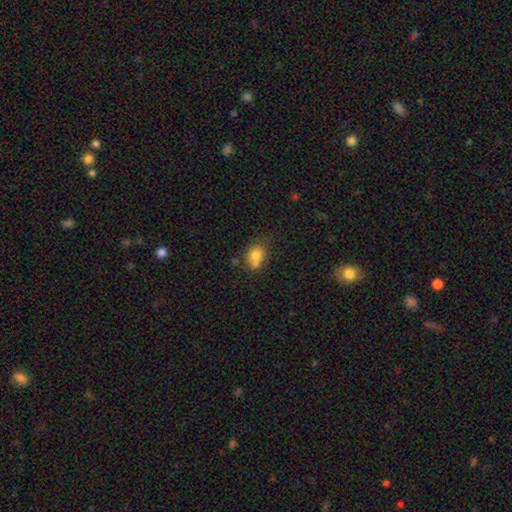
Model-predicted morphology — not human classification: smooth-or-featured: smooth: 75% | featured or disk: 14% | star or artifact: 11%
  how-rounded: round: 53% | in between: 45% | cigar-shaped: 1%
  merging: none: 41% (tied) | merger: 41% (tied) | minor disturbance: 14% | major disturbance: 5%